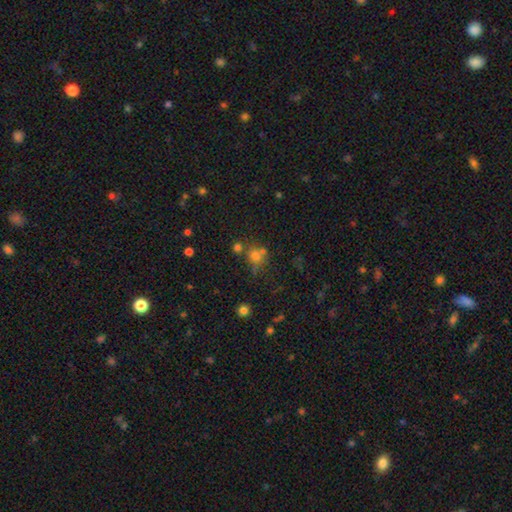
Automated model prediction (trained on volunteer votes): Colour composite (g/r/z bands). It shows a smooth galaxy with no disk features (64%) that is round (86%). Merging: none (61%).